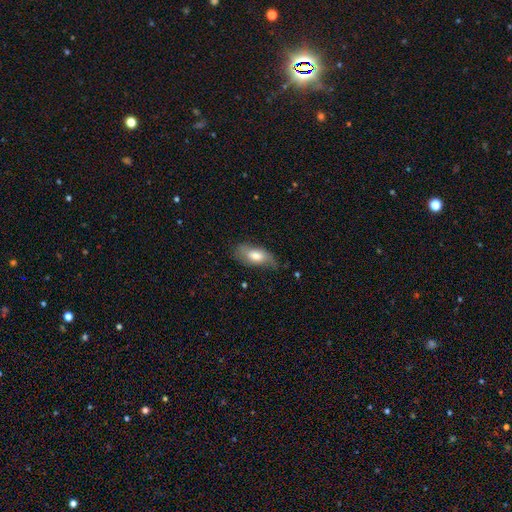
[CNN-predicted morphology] smooth-or-featured: smooth: 67% | featured or disk: 26% | star or artifact: 7%
  how-rounded: in between: 86% | cigar-shaped: 11% | round: 3%
  merging: none: 59% | minor disturbance: 30% | major disturbance: 9% | merger: 2%